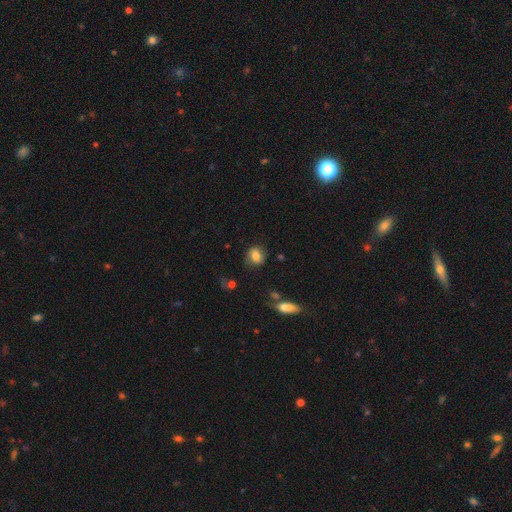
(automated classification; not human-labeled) A smooth galaxy with no disk features (75%) that is round (53%). Merging: none (73%).